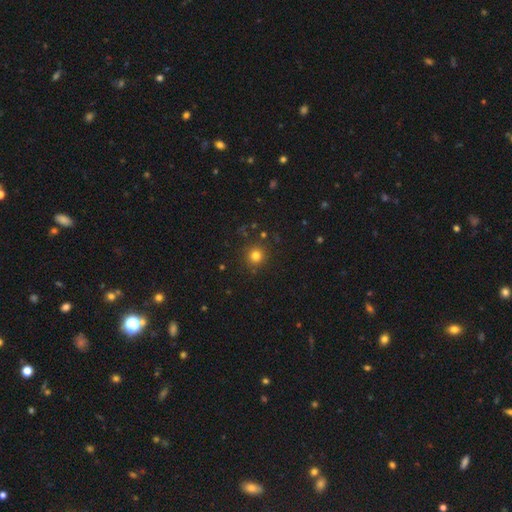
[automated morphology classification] A smooth galaxy with no disk features (78%) that is round (93%).

Vote fractions:
- Smooth or featured? smooth: 78% / star or artifact: 16% / featured or disk: 6%
- How rounded? round: 93% / in between: 6% / cigar-shaped: 1%
- Merging? none: 88% / minor disturbance: 7% / major disturbance: 3% / merger: 2%